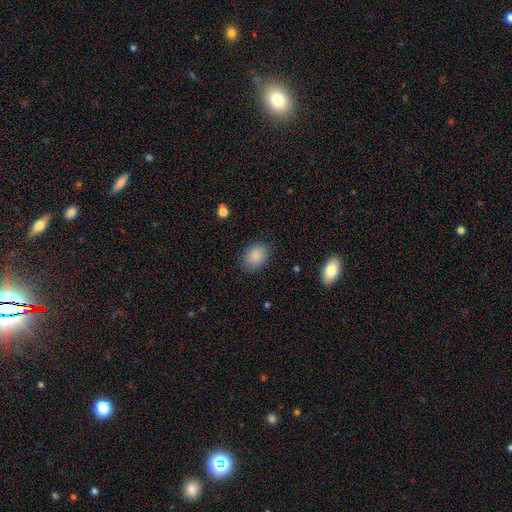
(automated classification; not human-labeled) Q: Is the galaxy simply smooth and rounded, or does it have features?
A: smooth — 87%.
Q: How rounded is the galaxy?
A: in between — 67%.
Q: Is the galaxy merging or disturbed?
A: none — 83%.